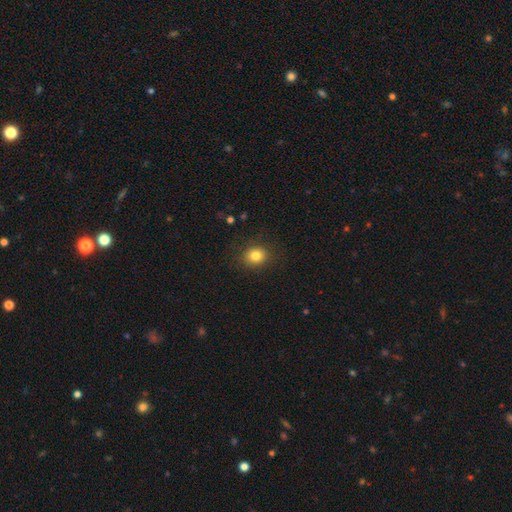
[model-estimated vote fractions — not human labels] This is clearly a smooth galaxy (82%). How rounded: likely round (72%). Merging: clearly none (87%).